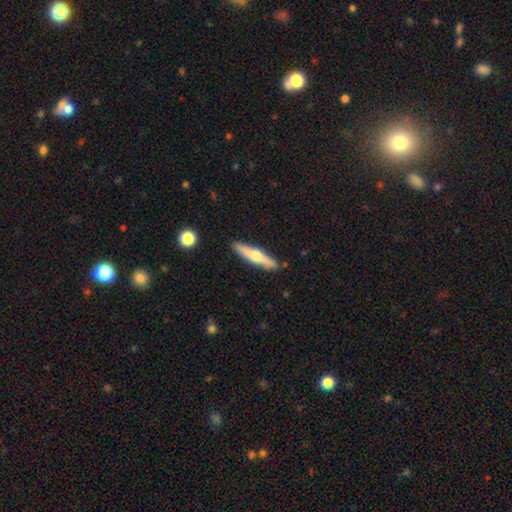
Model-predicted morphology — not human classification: This appears to be a featured or disk galaxy (52%) viewed edge-on (95%). Merging: none (89%).